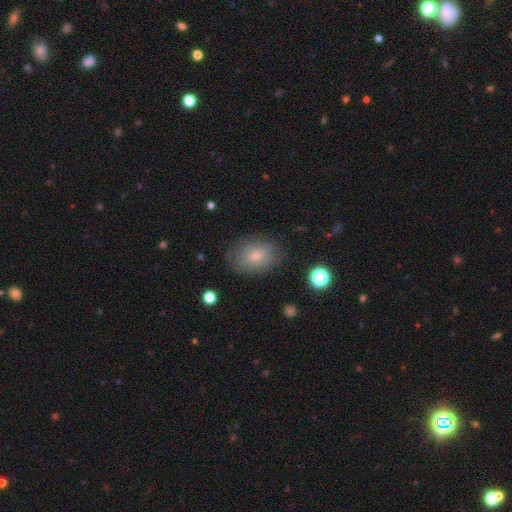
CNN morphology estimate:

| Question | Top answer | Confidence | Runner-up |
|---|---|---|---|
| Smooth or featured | smooth | 70% | featured or disk (20%) |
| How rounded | in between | 66% | round (33%) |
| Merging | none | 75% | minor disturbance (17%) |